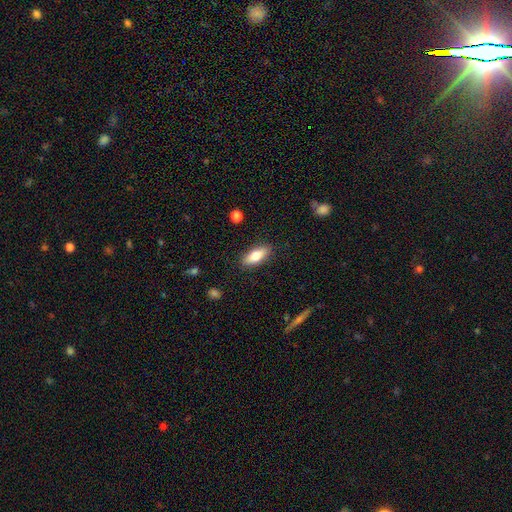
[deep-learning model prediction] Smooth or featured? smooth (71%)
How rounded? in between (72%)
Merging? none (88%)